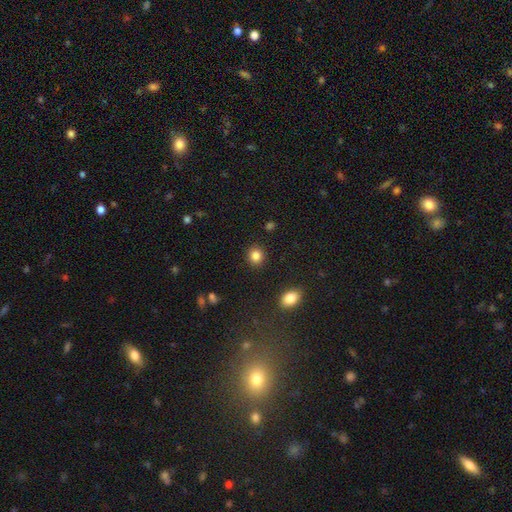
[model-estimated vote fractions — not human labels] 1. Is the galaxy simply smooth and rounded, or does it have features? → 86% smooth, 10% star or artifact, 4% featured or disk.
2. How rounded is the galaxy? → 84% round, 15% in between, 1% cigar-shaped.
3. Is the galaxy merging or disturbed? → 91% none, 6% minor disturbance, 2% major disturbance, 2% merger.